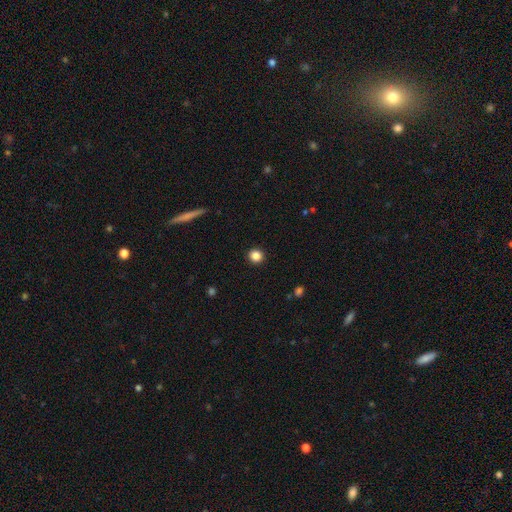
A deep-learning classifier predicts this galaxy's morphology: Smooth or featured? smooth (85%)
How rounded? round (92%)
Merging? none (92%)